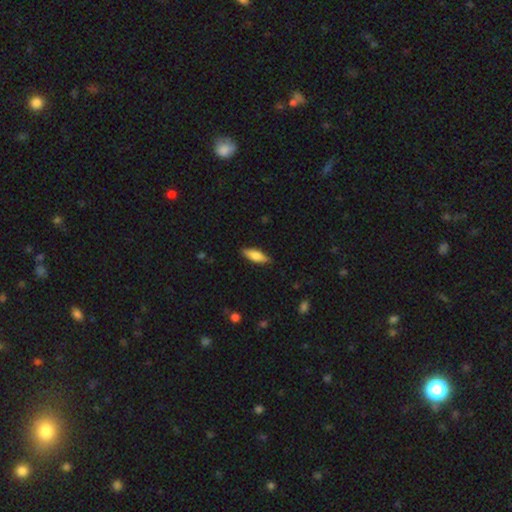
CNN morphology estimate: Smooth or featured? smooth (72%)
How rounded? in between (57%)
Merging? none (86%)